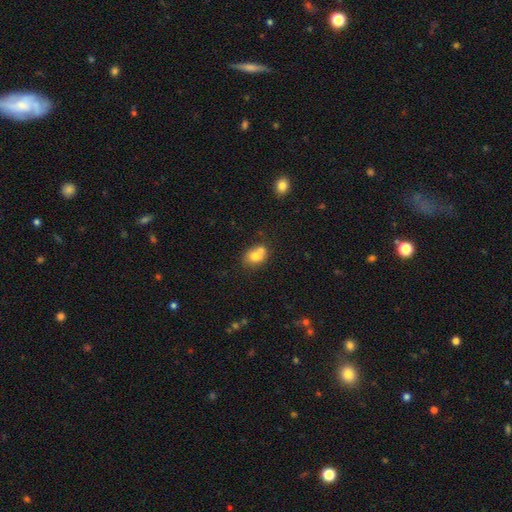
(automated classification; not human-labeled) This appears to be a smooth galaxy with no disk features (72%) that is round (51%). Merging: merger (47%).